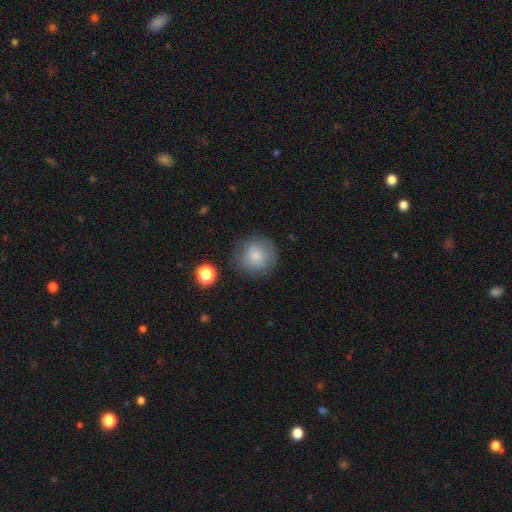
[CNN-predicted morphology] Smooth or featured: smooth — 77% (featured or disk — 14%)
How rounded: round — 92% (in between — 7%)
Merging: none — 78% (minor disturbance — 15%)